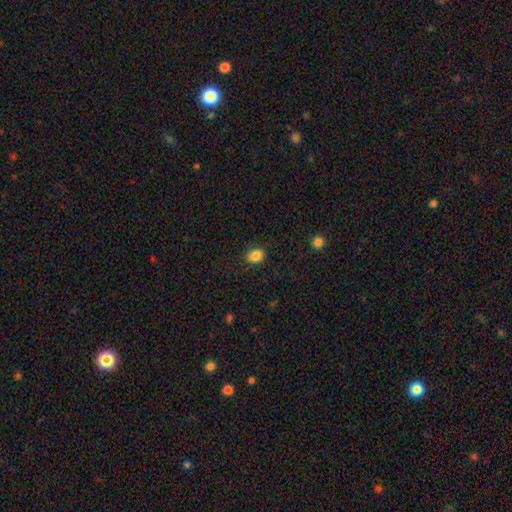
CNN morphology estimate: Smooth or featured: smooth — 86% (star or artifact — 10%)
How rounded: in between — 57% (round — 43%)
Merging: none — 83% (minor disturbance — 12%)